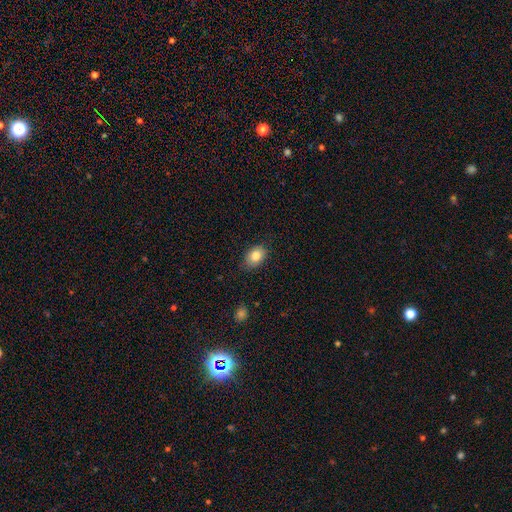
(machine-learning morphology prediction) Smooth or featured? Predicted: smooth (p=0.83). How rounded? Predicted: in between (p=0.78). Merging? Predicted: none (p=0.83).